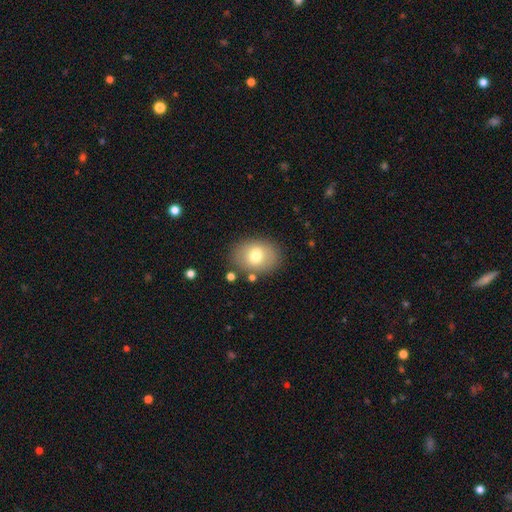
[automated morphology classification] A smooth galaxy with no disk features (70%) that is in between round and cigar-shaped (64%). Merging: none (82%).